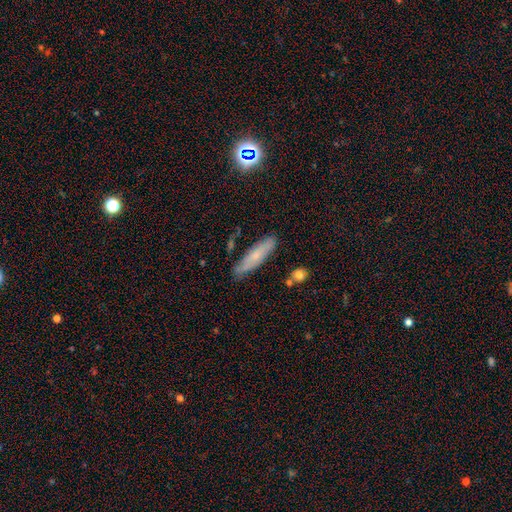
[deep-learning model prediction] The model was most divided on "smooth or featured": smooth: 61%, featured or disk: 30%, star or artifact: 9%. More confident: merging — none (77%); how rounded — cigar-shaped (69%).